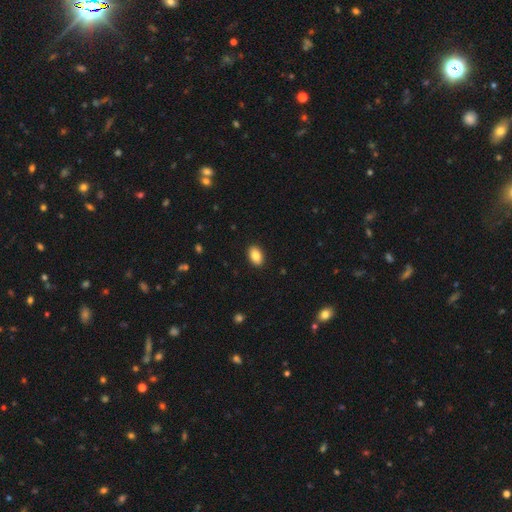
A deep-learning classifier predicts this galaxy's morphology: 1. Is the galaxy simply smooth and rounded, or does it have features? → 86% smooth, 8% star or artifact, 6% featured or disk.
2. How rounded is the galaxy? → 90% in between, 9% round, 1% cigar-shaped.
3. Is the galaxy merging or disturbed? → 91% none, 7% minor disturbance, 2% major disturbance, 1% merger.